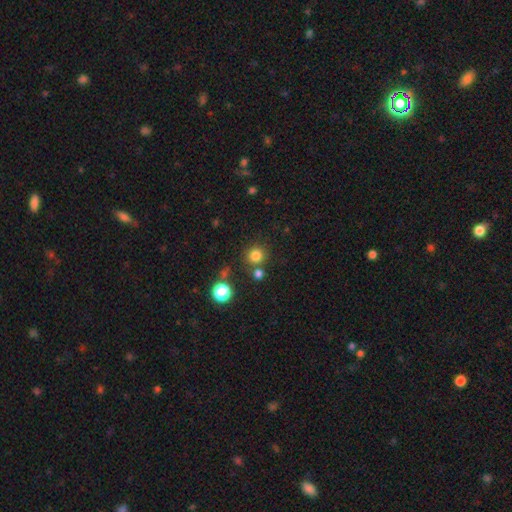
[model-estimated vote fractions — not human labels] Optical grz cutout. It shows a smooth galaxy with no disk features (79%) that is round (93%). Merging: none (78%).